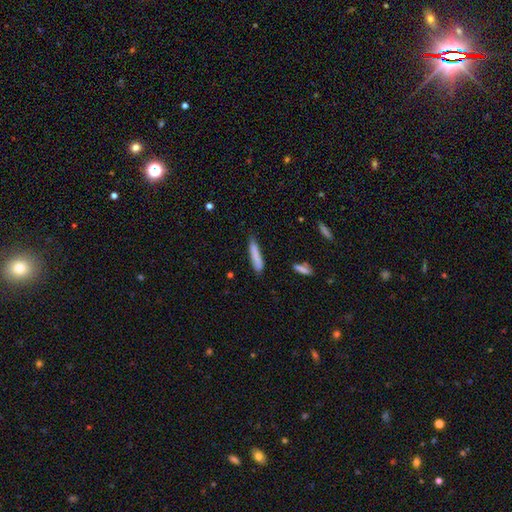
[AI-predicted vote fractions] Smooth or featured?
  - smooth: 81% *
  - featured or disk: 13%
  - star or artifact: 7%
How rounded?
  - cigar-shaped: 89% *
  - in between: 10%
  - round: 1%
Merging?
  - none: 72% *
  - minor disturbance: 21%
  - major disturbance: 4%
  - merger: 3%